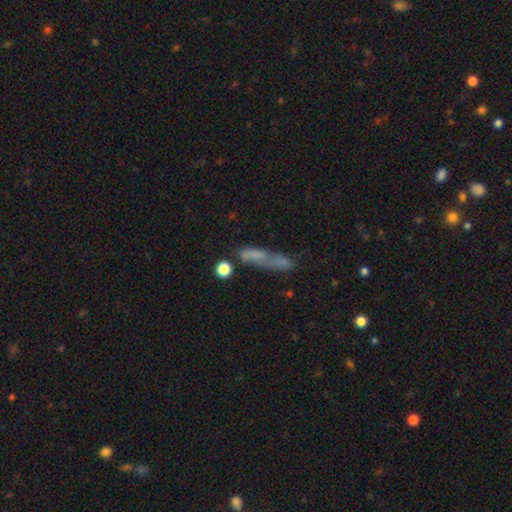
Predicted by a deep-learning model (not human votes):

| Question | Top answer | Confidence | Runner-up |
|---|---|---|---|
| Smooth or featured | smooth | 58% | featured or disk (28%) |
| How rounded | cigar-shaped | 67% | in between (27%) |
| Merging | none | 37% | merger (22%) |